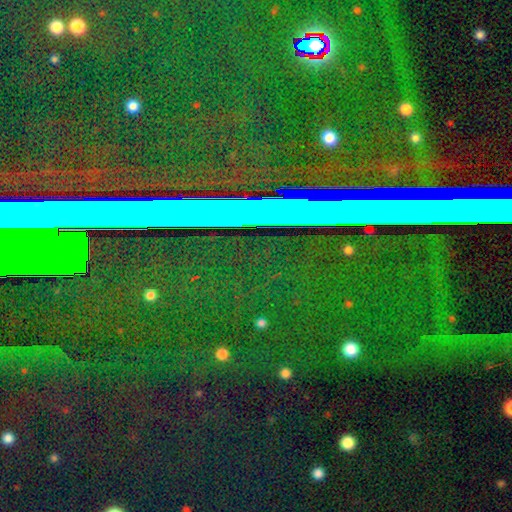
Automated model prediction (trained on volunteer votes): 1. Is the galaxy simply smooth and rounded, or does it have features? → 84% star or artifact, 9% smooth, 7% featured or disk.